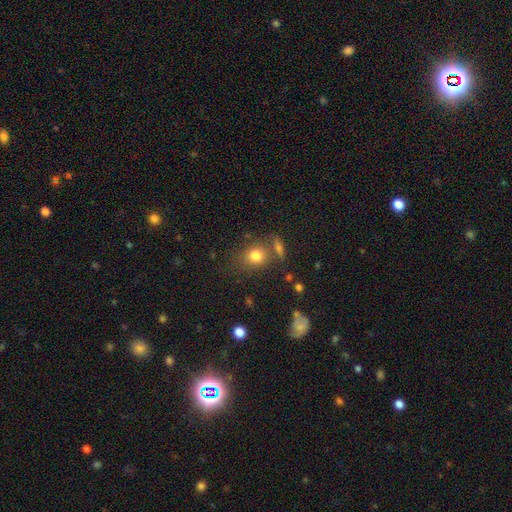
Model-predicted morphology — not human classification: Smooth or featured: smooth — 80% (star or artifact — 11%)
How rounded: round — 64% (in between — 34%)
Merging: none — 66% (merger — 15%)